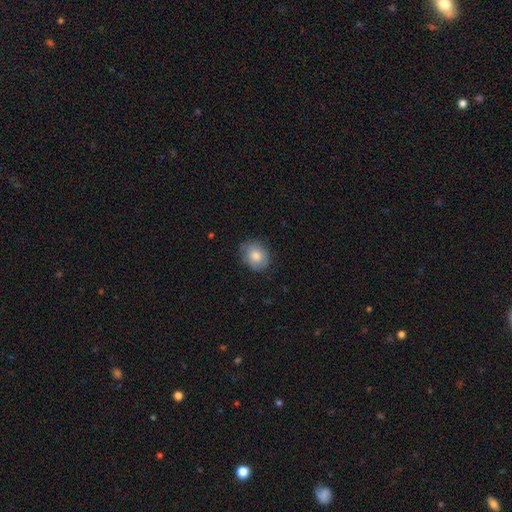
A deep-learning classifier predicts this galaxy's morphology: Q: Smooth or featured?
A: smooth (73%); runner-up: featured or disk (19%)
Q: How rounded?
A: round (52%); runner-up: in between (47%)
Q: Merging?
A: none (73%); runner-up: minor disturbance (21%)